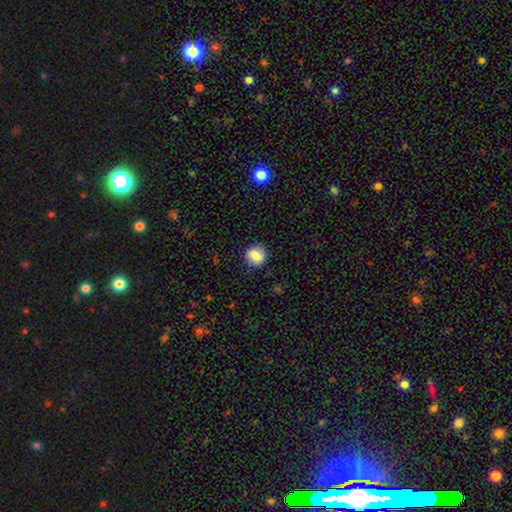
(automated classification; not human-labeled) Morphology: type=smooth (80%); roundness=round (83%); merging=none (86%).